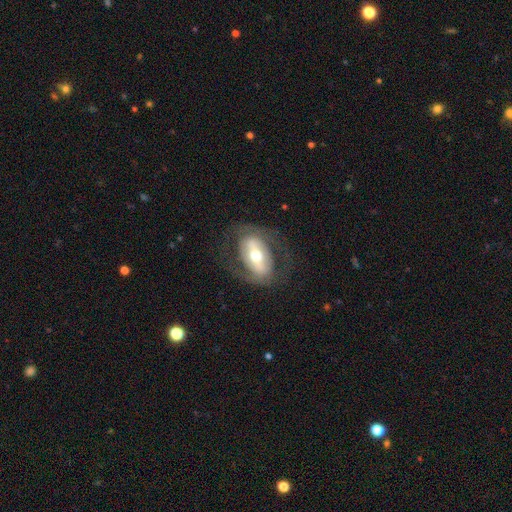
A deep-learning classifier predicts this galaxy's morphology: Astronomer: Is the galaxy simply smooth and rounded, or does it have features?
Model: featured or disk — 69%.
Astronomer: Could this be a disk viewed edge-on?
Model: no — 90%.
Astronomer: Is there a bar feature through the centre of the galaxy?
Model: strong — 53%.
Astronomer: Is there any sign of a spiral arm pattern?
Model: yes — 51% (runner-up: no, 49%).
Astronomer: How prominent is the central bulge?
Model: moderate — 65%.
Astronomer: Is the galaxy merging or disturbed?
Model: none — 72%.